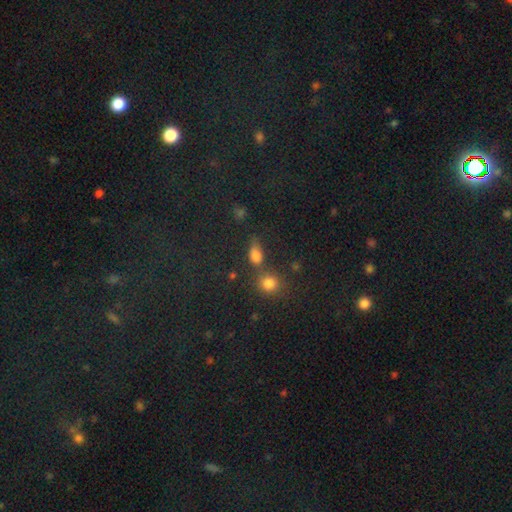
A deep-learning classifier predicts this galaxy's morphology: Smooth or featured? smooth (74%)
How rounded? in between (66%)
Merging? none (50%)